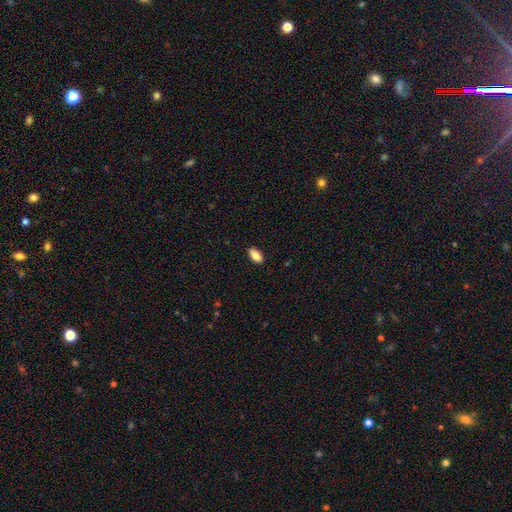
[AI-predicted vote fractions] The model was most divided on "smooth or featured": smooth: 82%, featured or disk: 10%, star or artifact: 7%. More confident: how rounded — in between (91%); merging — none (89%).